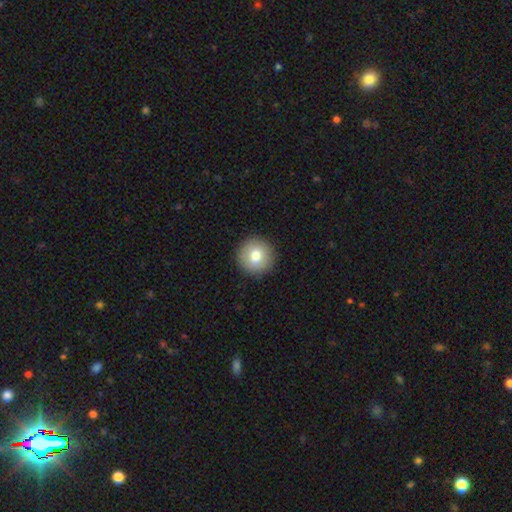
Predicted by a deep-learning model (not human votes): Morphology: type=smooth (78%); roundness=round (95%); merging=none (92%).